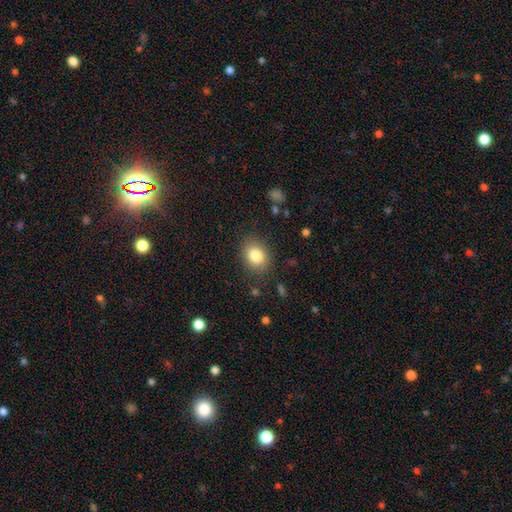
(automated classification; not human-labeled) A smooth galaxy with no disk features (82%) that is in between round and cigar-shaped (55%). Merging: none (84%).